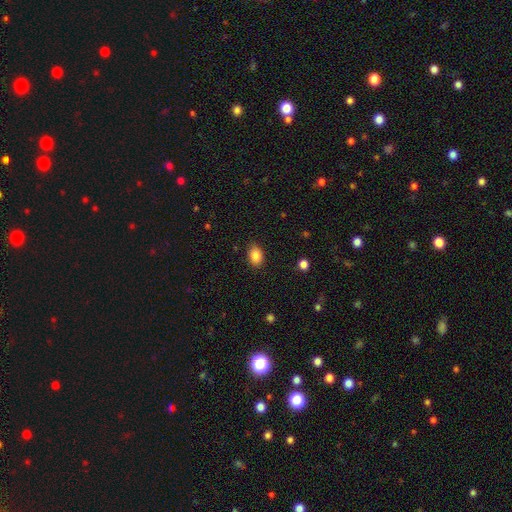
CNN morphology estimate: A smooth galaxy with no disk features (85%) that is in between round and cigar-shaped (77%). Merging: none (85%).